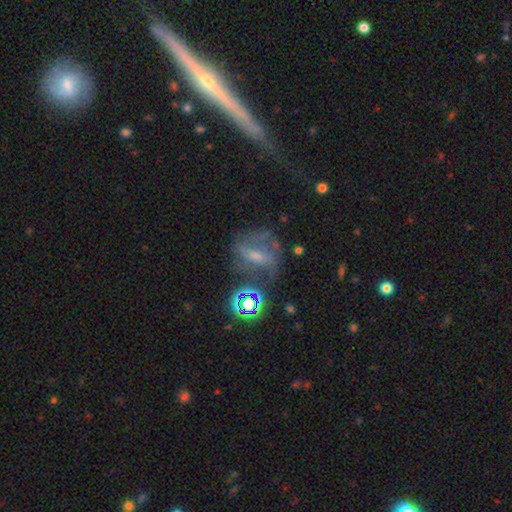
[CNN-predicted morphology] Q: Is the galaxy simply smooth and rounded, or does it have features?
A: featured or disk — 58%.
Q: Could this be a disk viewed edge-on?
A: no — 87%.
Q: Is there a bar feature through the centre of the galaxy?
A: strong — 39%.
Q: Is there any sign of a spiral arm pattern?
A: yes — 66%.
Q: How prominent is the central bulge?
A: small — 50%.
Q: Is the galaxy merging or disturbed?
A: none — 57%.